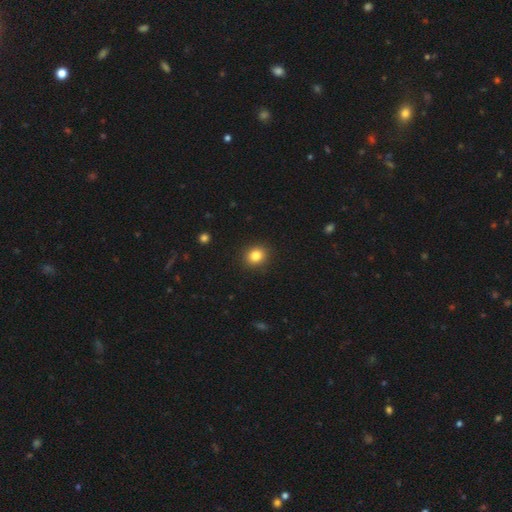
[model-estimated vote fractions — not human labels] smooth 84%, star or artifact 11%, featured or disk 5%. Down the decision tree: how rounded — round (77%); merging — none (91%).